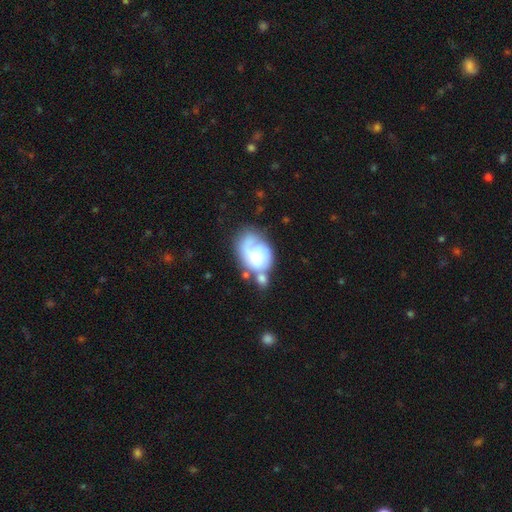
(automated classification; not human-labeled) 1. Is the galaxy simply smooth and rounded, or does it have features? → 47% featured or disk, 46% smooth, 7% star or artifact.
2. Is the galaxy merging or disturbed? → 28% merger, 26% none, 24% major disturbance, 21% minor disturbance.